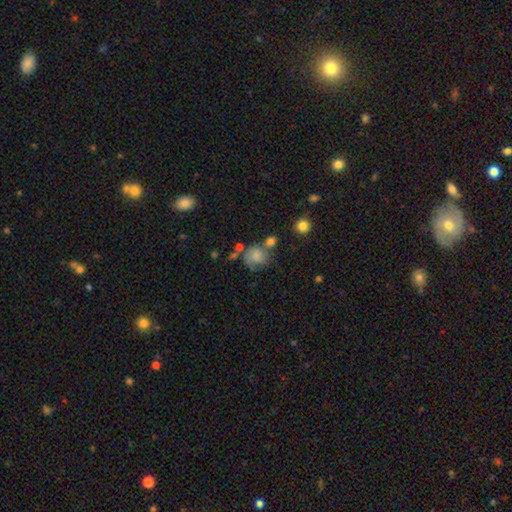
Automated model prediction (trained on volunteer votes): This appears to be a smooth galaxy with no disk features (71%) that is round (74%). Merging: none (44%).